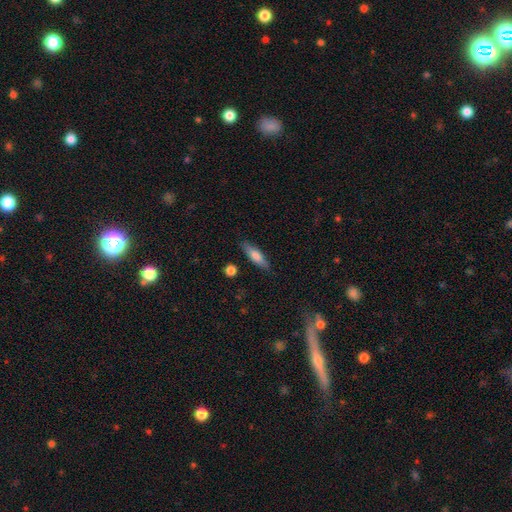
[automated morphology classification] Smooth or featured? Predicted: smooth (p=0.69). How rounded? Predicted: cigar-shaped (p=0.63). Merging? Predicted: none (p=0.84).